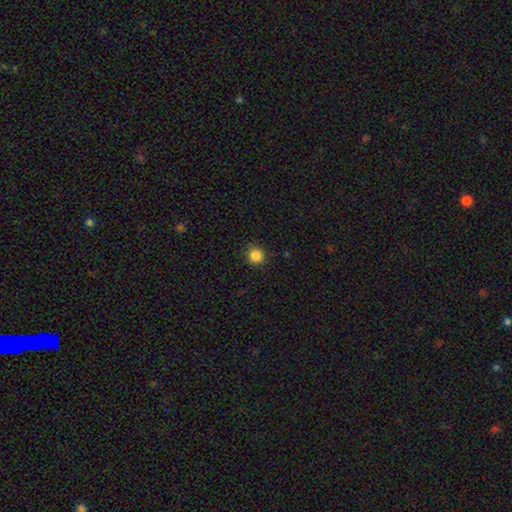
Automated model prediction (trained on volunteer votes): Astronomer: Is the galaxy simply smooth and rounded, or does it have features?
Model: smooth — 86%.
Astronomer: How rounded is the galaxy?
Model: round — 92%.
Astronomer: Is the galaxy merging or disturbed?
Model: none — 88%.